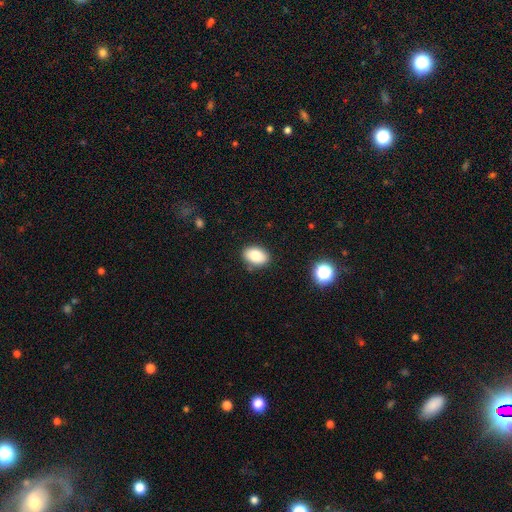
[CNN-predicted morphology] This appears to be a smooth galaxy with no disk features (85%) that is in between round and cigar-shaped (85%). Merging: none (84%).